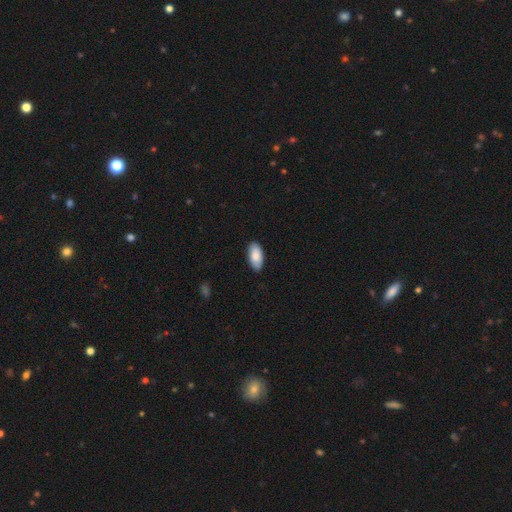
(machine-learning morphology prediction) smooth_or_featured: smooth (p=0.86) [alt: featured or disk p=0.09]
how_rounded: in between (p=0.93) [alt: cigar-shaped p=0.05]
merging: none (p=0.87) [alt: minor disturbance p=0.10]